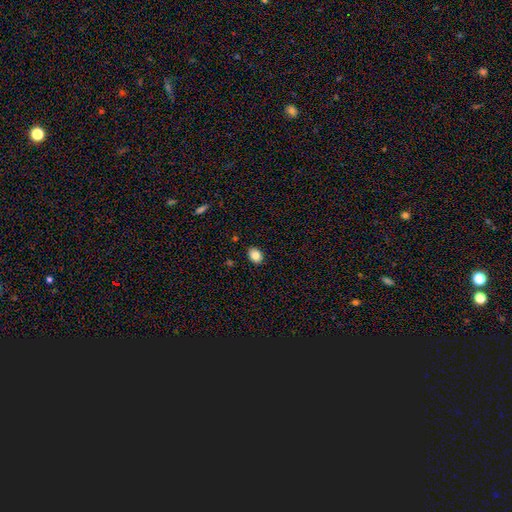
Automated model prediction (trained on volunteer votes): Q: Smooth or featured?
A: smooth (84%); runner-up: star or artifact (9%)
Q: How rounded?
A: in between (69%); runner-up: round (30%)
Q: Merging?
A: none (88%); runner-up: minor disturbance (8%)